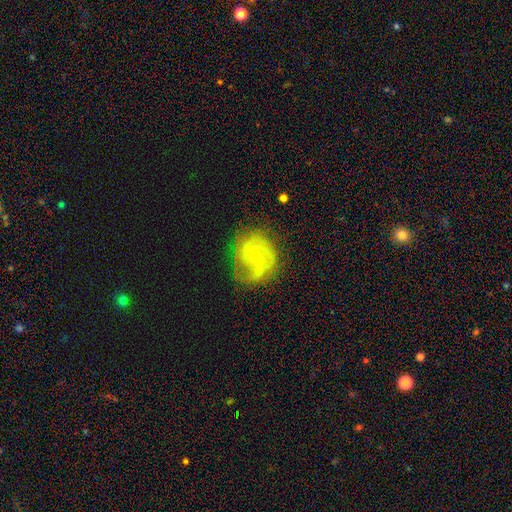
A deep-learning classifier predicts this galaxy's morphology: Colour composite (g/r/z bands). It shows a featured or disk galaxy (79%) with no bar (60%), 2 (43%) tight (46%) spiral arms (90%) and a small central bulge (73%). Merging: none (61%).